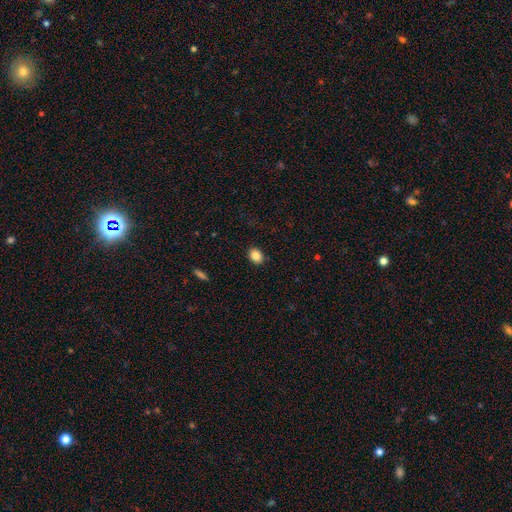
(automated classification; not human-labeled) A smooth galaxy with no disk features (86%) that is in between round and cigar-shaped (60%).

Vote fractions:
- Smooth or featured? smooth: 86% / star or artifact: 9% / featured or disk: 5%
- How rounded? in between: 60% / round: 39% / cigar-shaped: 1%
- Merging? none: 89% / minor disturbance: 8% / major disturbance: 2% / merger: 1%